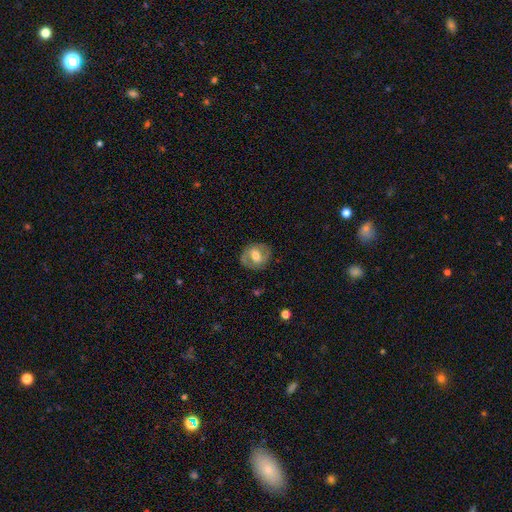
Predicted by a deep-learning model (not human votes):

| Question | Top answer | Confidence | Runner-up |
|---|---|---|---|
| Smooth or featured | featured or disk | 53% | smooth (40%) |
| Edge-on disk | no | 95% | yes (5%) |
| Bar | weak | 44% | no (35%) |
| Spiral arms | yes | 58% | no (42%) |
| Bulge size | moderate | 69% | large (16%) |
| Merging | none | 81% | minor disturbance (13%) |